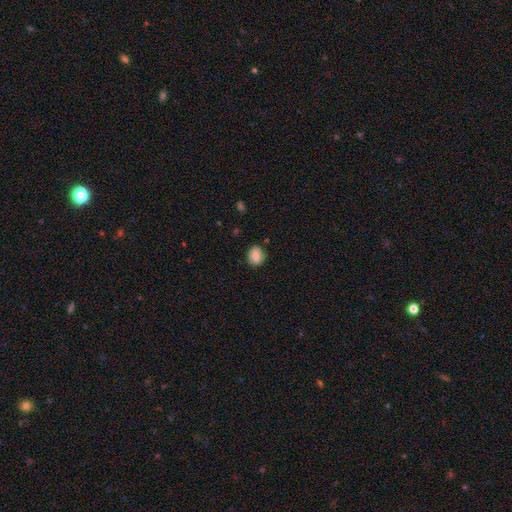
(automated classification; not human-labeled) A smooth galaxy with no disk features (82%) that is round (59%).

Vote fractions:
- Smooth or featured? smooth: 82% / featured or disk: 9% / star or artifact: 8%
- How rounded? round: 59% / in between: 40% / cigar-shaped: 1%
- Merging? none: 82% / minor disturbance: 13% / major disturbance: 3% / merger: 2%